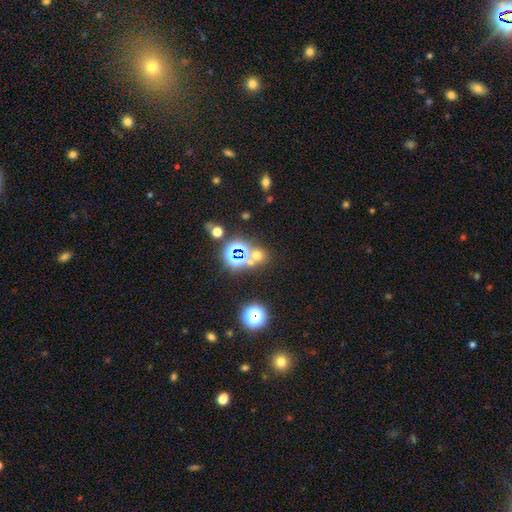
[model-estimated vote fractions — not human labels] Overall: smooth (51%; star or artifact 41%). How rounded: round (82%). Merging: none (65%).